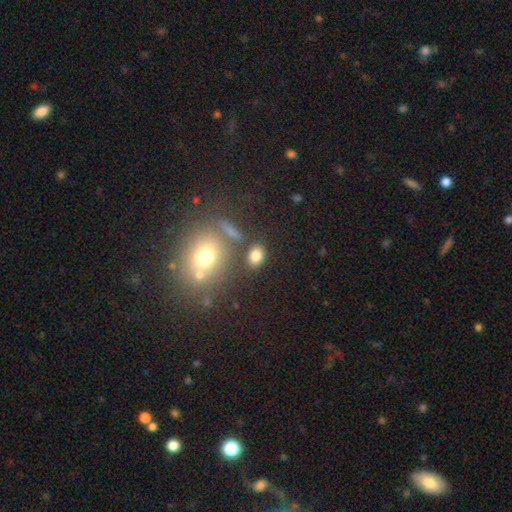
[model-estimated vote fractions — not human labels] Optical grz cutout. It shows a smooth galaxy with no disk features (80%) that is in between round and cigar-shaped (72%). Merging: none (76%).